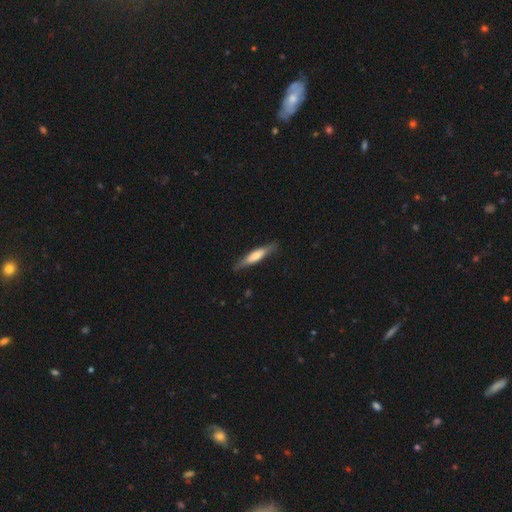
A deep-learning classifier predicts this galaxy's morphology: smooth-or-featured: smooth: 55% | featured or disk: 39% | star or artifact: 5%
  how-rounded: cigar-shaped: 84% | in between: 15% | round: 1%
  merging: none: 84% | minor disturbance: 13% | major disturbance: 2% | merger: 1%